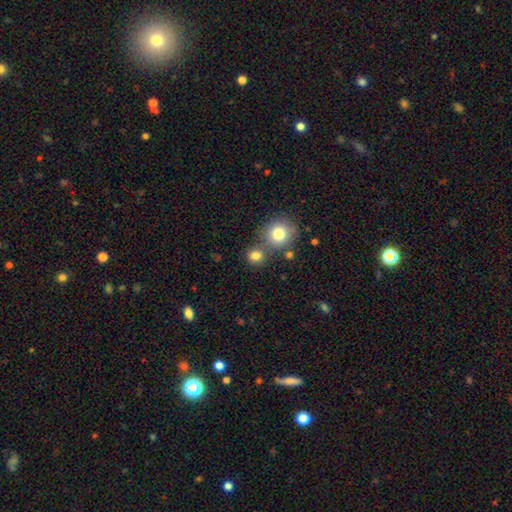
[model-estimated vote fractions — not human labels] Smooth or featured? smooth (81%)
How rounded? round (84%)
Merging? none (66%)